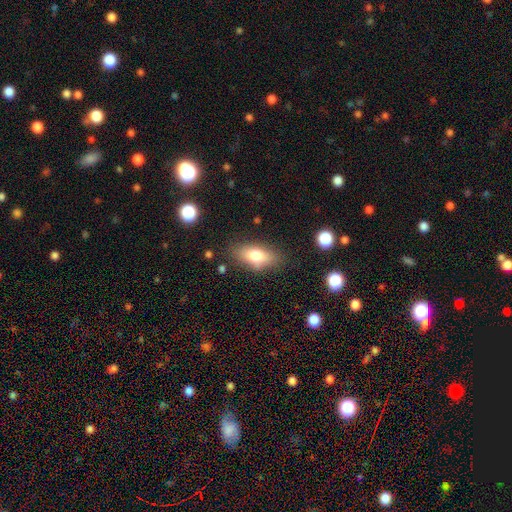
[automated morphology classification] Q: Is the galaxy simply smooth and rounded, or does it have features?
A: smooth — 75%.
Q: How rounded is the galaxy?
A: in between — 83%.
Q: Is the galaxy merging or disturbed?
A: none — 80%.